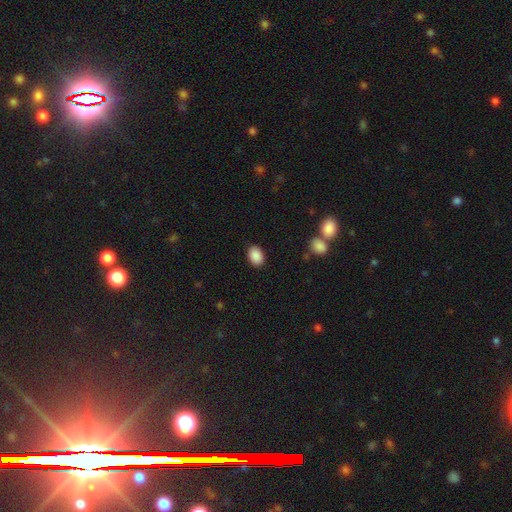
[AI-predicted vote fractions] This appears to be a smooth galaxy with no disk features (89%) that is in between round and cigar-shaped (79%). Merging: none (88%).